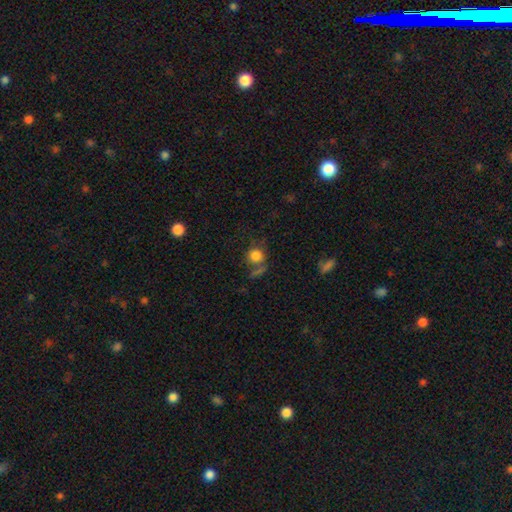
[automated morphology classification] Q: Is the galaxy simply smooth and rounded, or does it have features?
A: smooth — 79%.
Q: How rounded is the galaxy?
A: round — 85%.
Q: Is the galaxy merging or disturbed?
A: none — 54%.